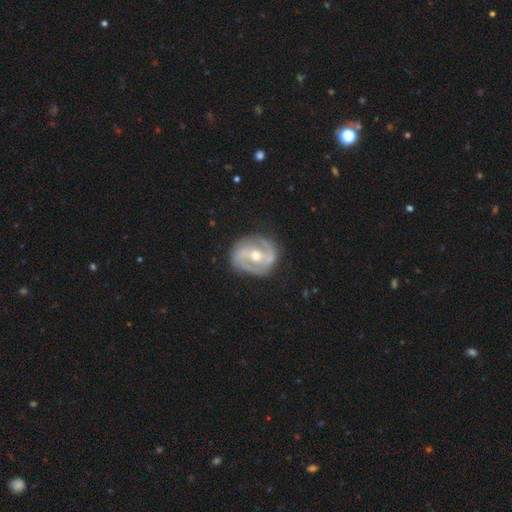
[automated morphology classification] smooth-or-featured: featured or disk: 84% | smooth: 11% | star or artifact: 5%
  disk-edge-on: no: 97% | yes: 3%
    bar: weak: 40% | strong: 30% | no: 29%
    has-spiral-arms: yes: 90% | no: 10%
      spiral-winding: medium: 45% | tight: 38% | loose: 17%
      spiral-arm-count: 2: 82% | can't tell: 7% | 3: 5% | 1: 2% | 4: 2% | more than 4: 2%
    bulge-size: moderate: 75% | small: 17% | large: 6% | none: 1% | dominant: 1%
  merging: none: 79% | minor disturbance: 14% | major disturbance: 5% | merger: 1%